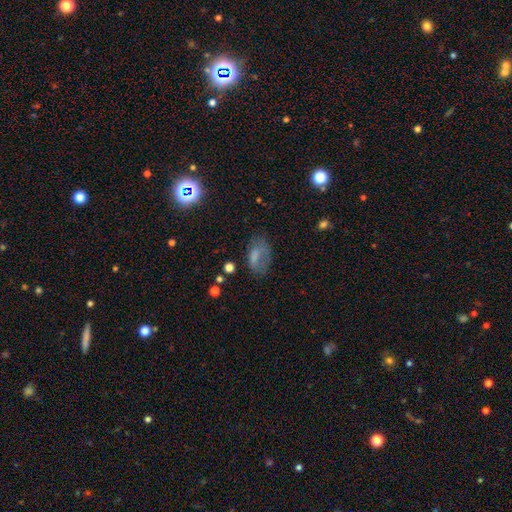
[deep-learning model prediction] Smooth or featured? smooth (61%)
How rounded? in between (88%)
Merging? none (41%)